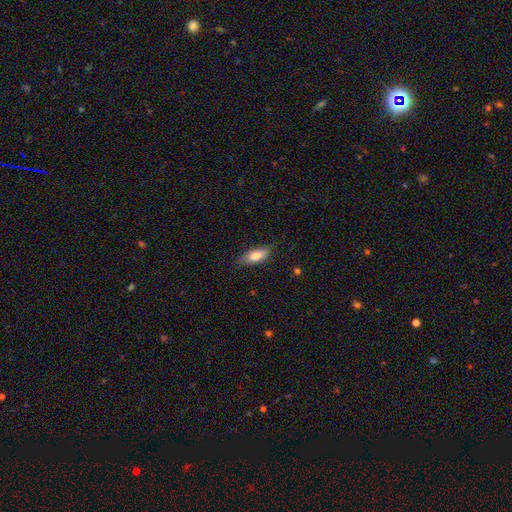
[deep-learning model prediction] smooth_or_featured: smooth (p=0.81) [alt: featured or disk p=0.13]
how_rounded: in between (p=0.71) [alt: cigar-shaped p=0.27]
merging: none (p=0.81) [alt: minor disturbance p=0.15]